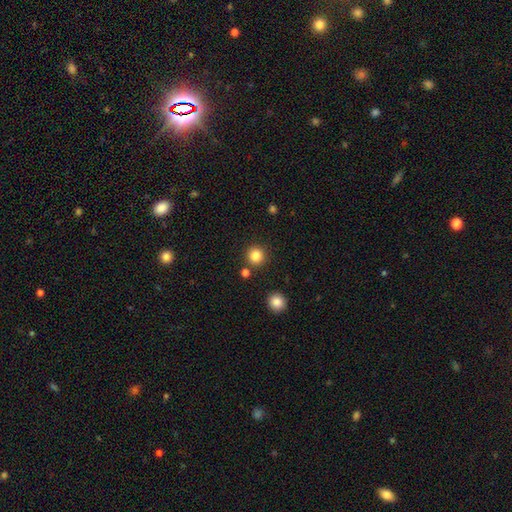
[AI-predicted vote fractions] Smooth or featured?
  - smooth: 84% *
  - star or artifact: 11%
  - featured or disk: 5%
How rounded?
  - round: 95% *
  - in between: 4%
  - cigar-shaped: 1%
Merging?
  - none: 87% *
  - minor disturbance: 6%
  - merger: 5%
  - major disturbance: 2%